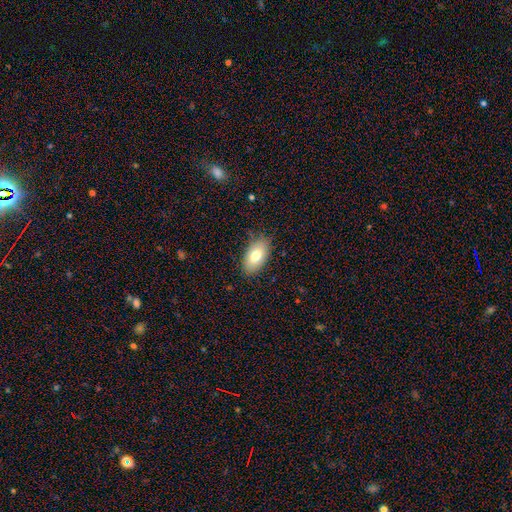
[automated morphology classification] The model was most divided on "smooth or featured": smooth: 75%, featured or disk: 17%, star or artifact: 7%. More confident: how rounded — in between (93%); merging — none (83%).